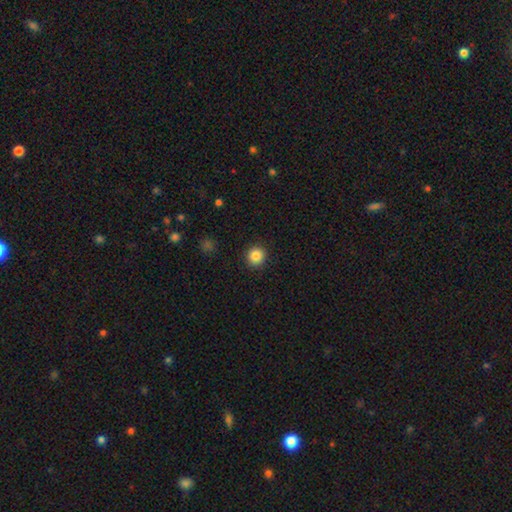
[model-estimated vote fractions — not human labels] The model was most divided on "smooth or featured": smooth: 85%, star or artifact: 10%, featured or disk: 4%. More confident: how rounded — round (92%); merging — none (91%).